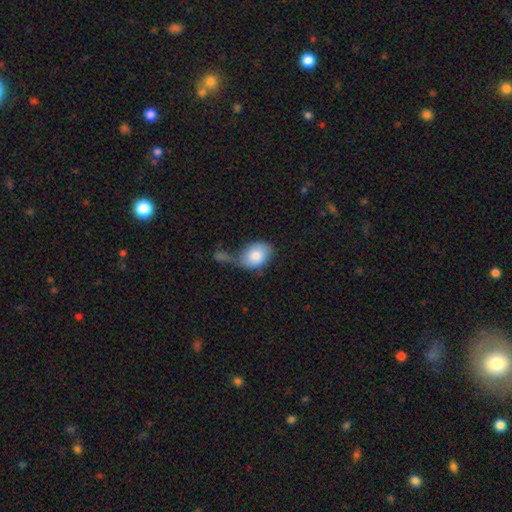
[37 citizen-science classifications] Smooth or featured? 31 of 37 (84%) said smooth. How rounded? 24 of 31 (77%) said in between. Merging? 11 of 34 (32%) said none.